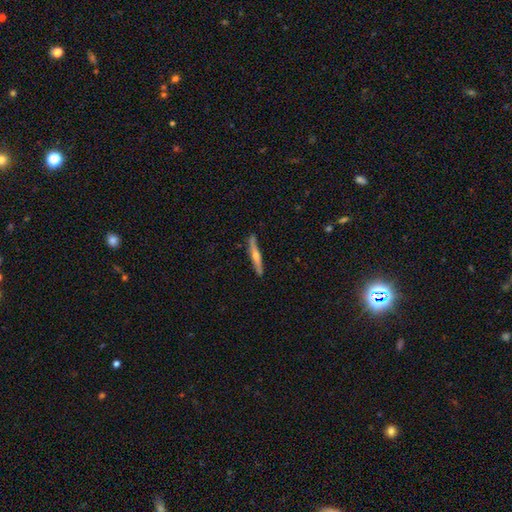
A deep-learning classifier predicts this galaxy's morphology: The model was most divided on "smooth or featured": featured or disk: 62%, smooth: 33%, star or artifact: 6%. More confident: edge-on disk — yes (96%); merging — none (87%); edge-on bulge — rounded (82%).